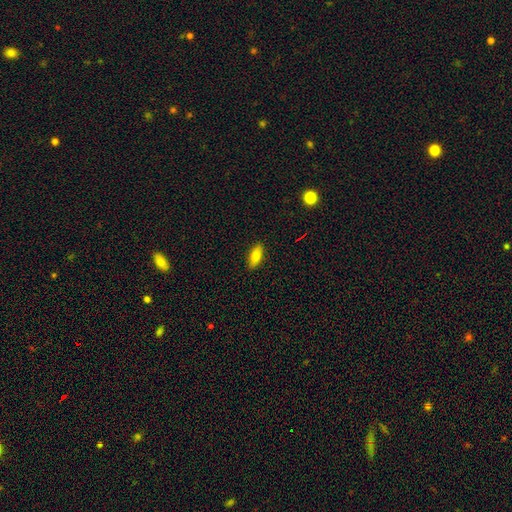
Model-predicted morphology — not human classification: type=smooth (80%); roundness=in between (79%); merging=none (88%).